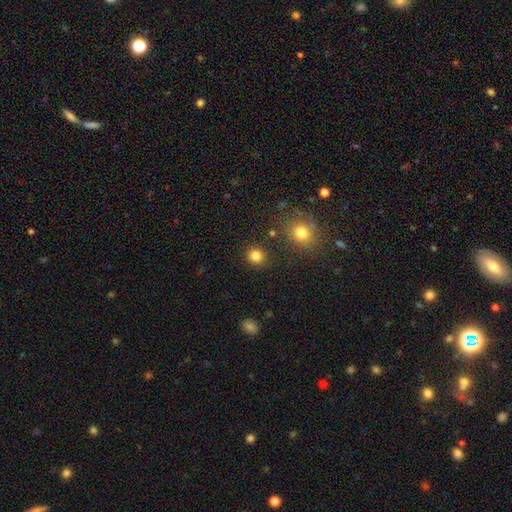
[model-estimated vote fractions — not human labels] This appears to be a smooth galaxy with no disk features (83%) that is round (86%). Merging: none (88%).